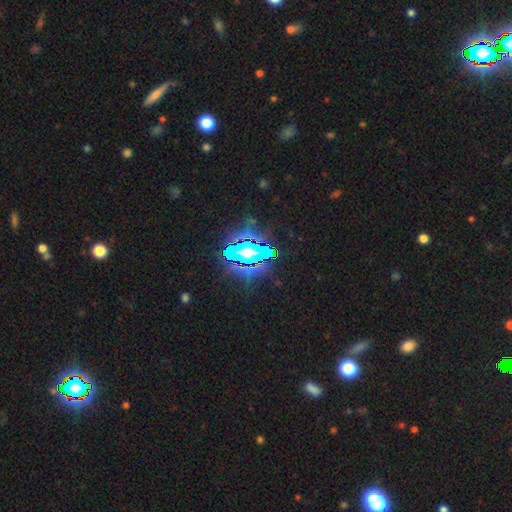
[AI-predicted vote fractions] star or artifact 54%, featured or disk 24%, smooth 22%.